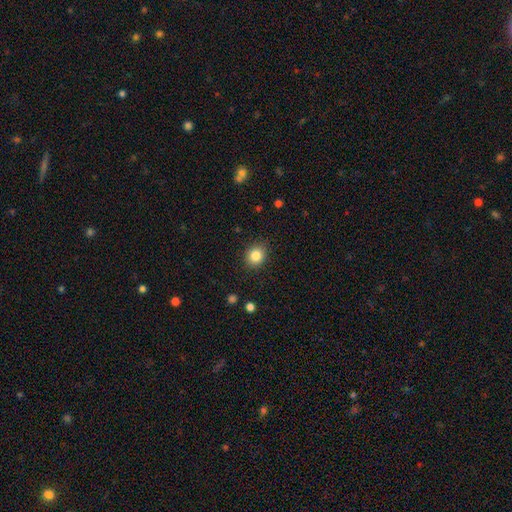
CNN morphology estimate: Q: Smooth or featured?
A: smooth (84%); runner-up: star or artifact (11%)
Q: How rounded?
A: round (77%); runner-up: in between (22%)
Q: Merging?
A: none (88%); runner-up: minor disturbance (8%)